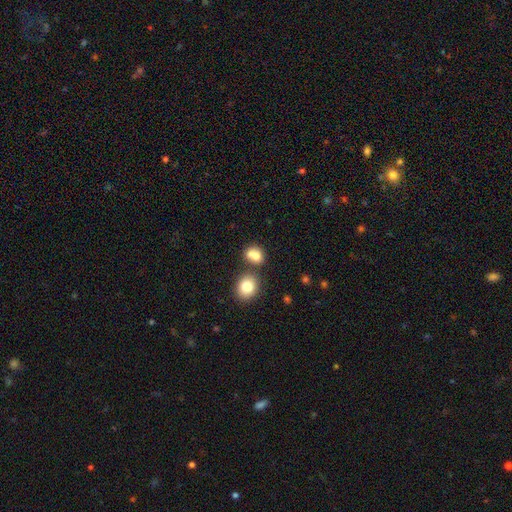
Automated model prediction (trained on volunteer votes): Q: Smooth or featured?
A: smooth (80%); runner-up: star or artifact (10%)
Q: How rounded?
A: round (52%); runner-up: in between (46%)
Q: Merging?
A: none (45%); runner-up: merger (39%)